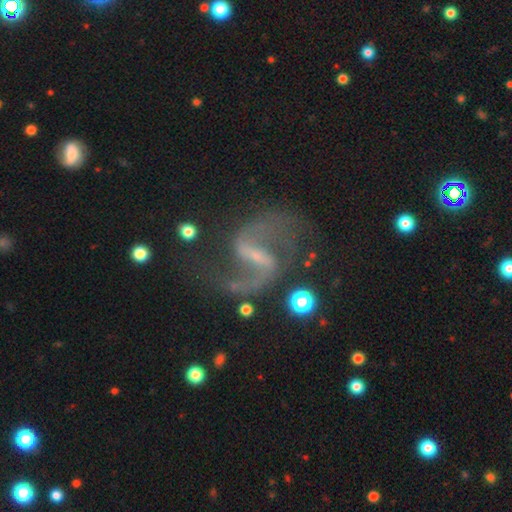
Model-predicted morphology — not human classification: smooth_or_featured: featured or disk (p=0.91) [alt: star or artifact p=0.06]
disk_edge_on: no (p=0.98) [alt: yes p=0.02]
bar: strong (p=0.50) [alt: weak p=0.41]
has_spiral_arms: yes (p=0.97) [alt: no p=0.03]
spiral_winding: loose (p=0.57) [alt: medium p=0.36]
spiral_arm_count: 2 (p=0.94) [alt: can't tell p=0.02]
bulge_size: small (p=0.56) [alt: none p=0.27]
merging: none (p=0.71) [alt: minor disturbance p=0.15]